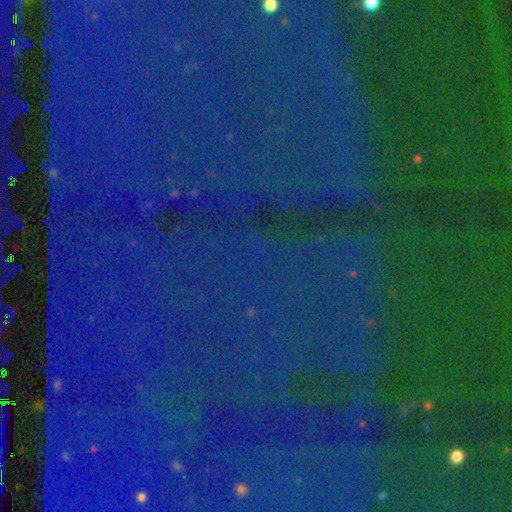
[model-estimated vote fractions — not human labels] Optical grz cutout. It shows a star or artifact, not a galaxy (85%).